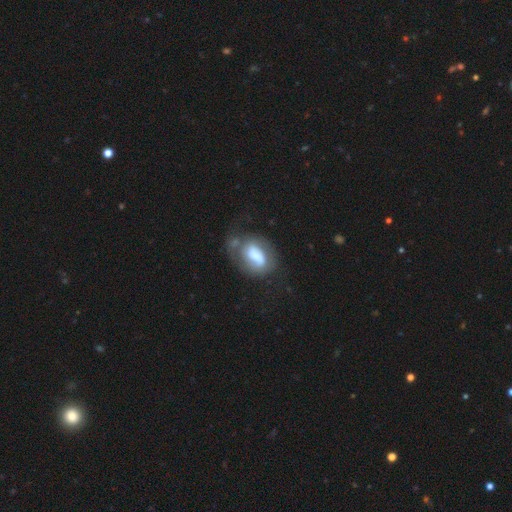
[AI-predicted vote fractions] Q: Smooth or featured?
A: smooth (54%); runner-up: featured or disk (38%)
Q: How rounded?
A: in between (82%); runner-up: round (14%)
Q: Merging?
A: none (38%); runner-up: minor disturbance (28%)